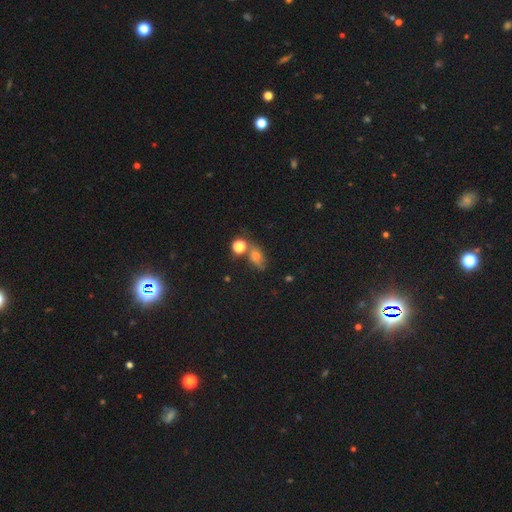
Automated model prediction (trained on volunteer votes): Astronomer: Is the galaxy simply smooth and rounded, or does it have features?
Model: smooth — 59%.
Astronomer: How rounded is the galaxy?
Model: in between — 63%.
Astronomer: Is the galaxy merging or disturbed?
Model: none — 52%.